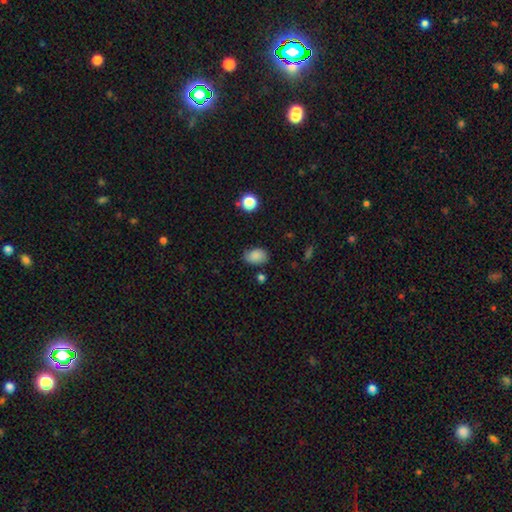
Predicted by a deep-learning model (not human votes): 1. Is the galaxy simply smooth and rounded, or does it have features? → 84% smooth, 9% star or artifact, 7% featured or disk.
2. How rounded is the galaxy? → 81% in between, 18% round, 1% cigar-shaped.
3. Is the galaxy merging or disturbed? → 71% none, 21% minor disturbance, 4% major disturbance, 3% merger.